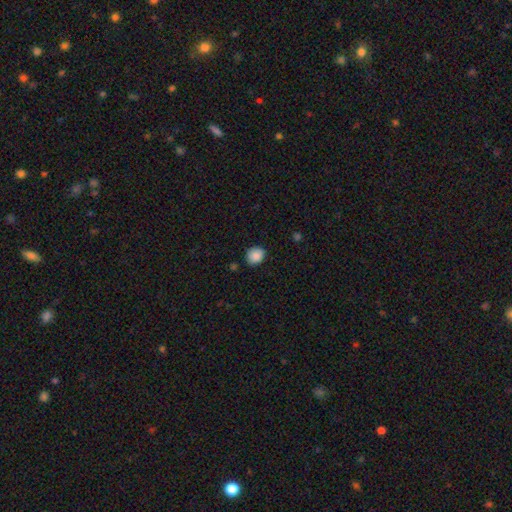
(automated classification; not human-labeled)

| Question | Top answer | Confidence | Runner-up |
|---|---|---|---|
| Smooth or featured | smooth | 88% | star or artifact (8%) |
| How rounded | round | 72% | in between (27%) |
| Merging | none | 85% | minor disturbance (11%) |